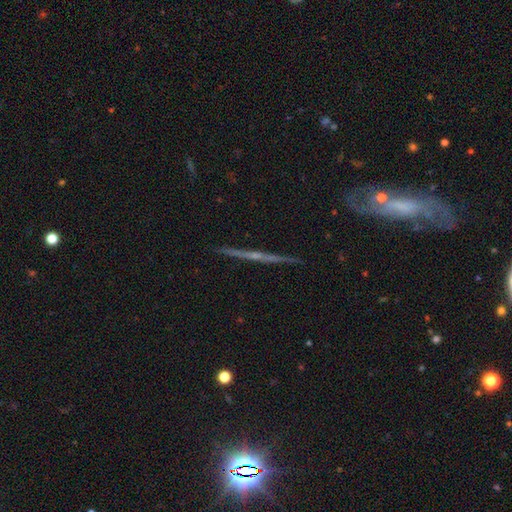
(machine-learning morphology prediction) smooth-or-featured: featured or disk: 80% | smooth: 13% | star or artifact: 8%
  disk-edge-on: yes: 97% | no: 3%
    edge-on-bulge: rounded: 55% | none: 37% | boxy: 8%
  merging: none: 89% | minor disturbance: 7% | major disturbance: 2% | merger: 2%